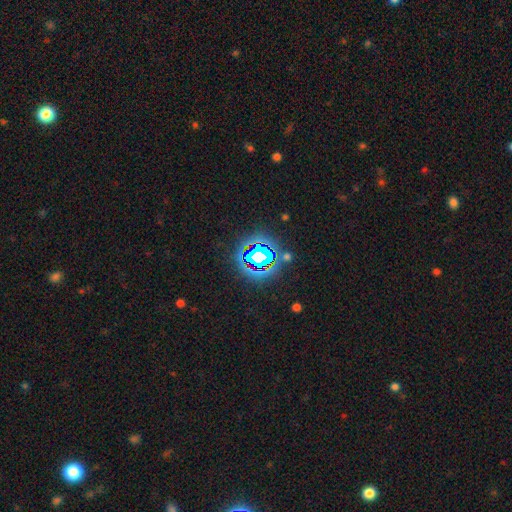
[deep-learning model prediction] smooth_or_featured: star or artifact (p=0.83) [alt: smooth p=0.11]